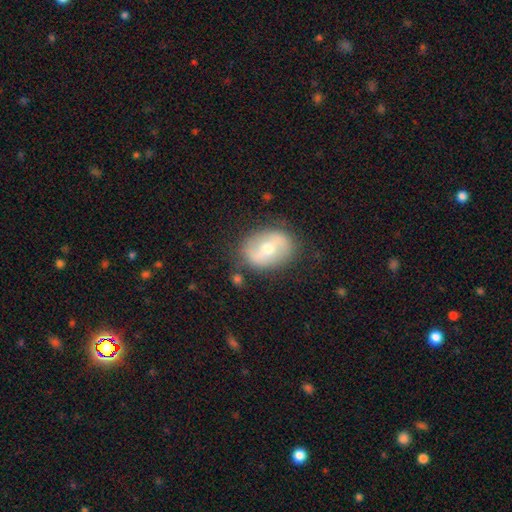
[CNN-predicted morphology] Q: Smooth or featured?
A: featured or disk (54%); runner-up: smooth (36%)
Q: Edge-on disk?
A: no (94%); runner-up: yes (6%)
Q: Bar?
A: no (44%); runner-up: weak (36%)
Q: Spiral arms?
A: yes (55%); runner-up: no (45%)
Q: Bulge size?
A: moderate (64%); runner-up: small (30%)
Q: Merging?
A: none (82%); runner-up: minor disturbance (12%)